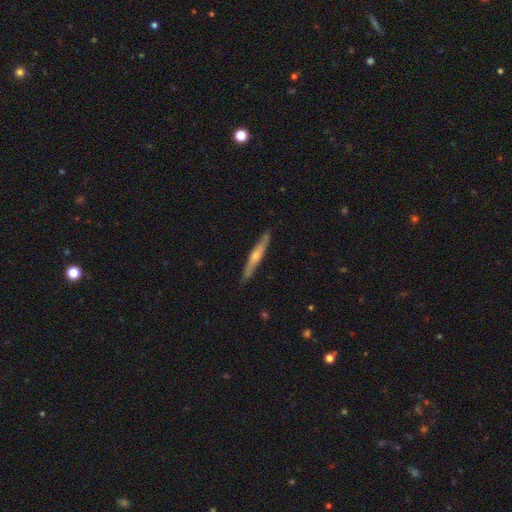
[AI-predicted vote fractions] Smooth or featured: featured or disk — 60% (smooth — 34%)
Edge-on disk: yes — 94% (no — 6%)
Edge-on bulge: rounded — 75% (none — 21%)
Merging: none — 88% (minor disturbance — 9%)